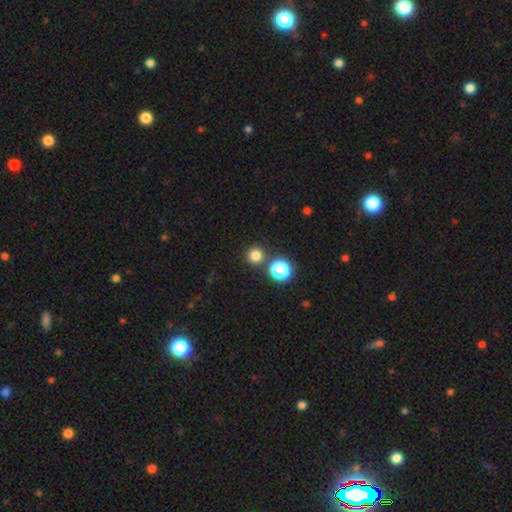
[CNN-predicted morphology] smooth 78%, star or artifact 17%, featured or disk 5%. Down the decision tree: how rounded — round (94%); merging — none (82%).